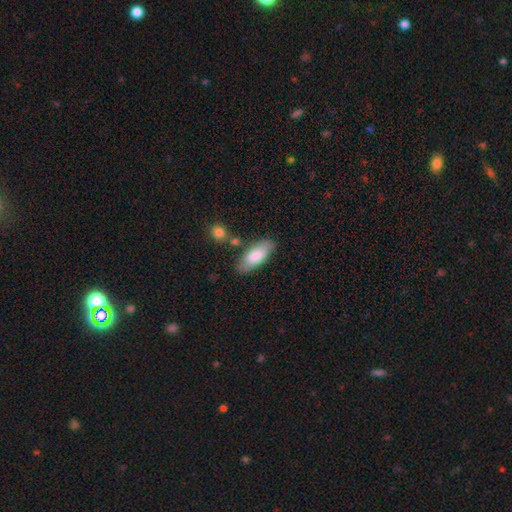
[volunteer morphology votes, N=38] A smooth galaxy with no disk features (82%) that is in between round and cigar-shaped (87%).

Vote fractions:
- Smooth or featured? smooth: 82% / featured or disk: 16% / star or artifact: 3%
- How rounded? in between: 87% / cigar-shaped: 13% / round: 0%
- Merging? none: 78% / minor disturbance: 11% / major disturbance: 5% / merger: 5%